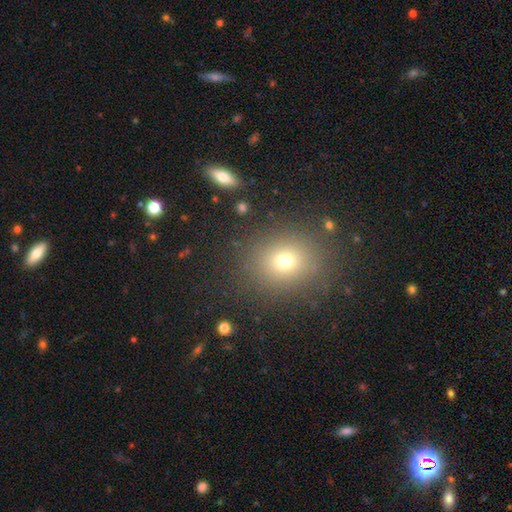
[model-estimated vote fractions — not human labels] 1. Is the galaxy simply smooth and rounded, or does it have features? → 67% smooth, 23% star or artifact, 10% featured or disk.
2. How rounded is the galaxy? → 72% round, 27% in between, 1% cigar-shaped.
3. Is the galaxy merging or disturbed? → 87% none, 8% minor disturbance, 3% major disturbance, 2% merger.